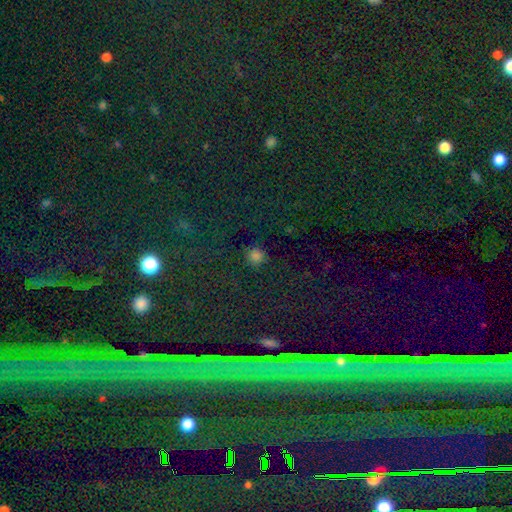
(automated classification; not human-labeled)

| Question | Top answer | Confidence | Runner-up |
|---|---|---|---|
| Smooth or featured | smooth | 78% | star or artifact (17%) |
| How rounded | round | 93% | in between (6%) |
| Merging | none | 88% | minor disturbance (8%) |